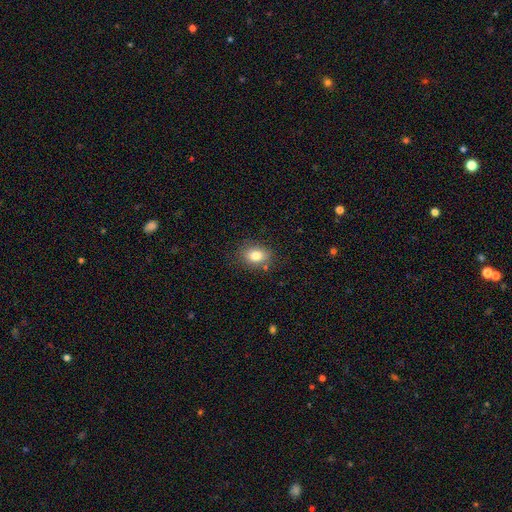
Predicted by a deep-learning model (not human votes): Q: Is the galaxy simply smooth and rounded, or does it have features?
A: smooth — 80%.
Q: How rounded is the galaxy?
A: in between — 70%.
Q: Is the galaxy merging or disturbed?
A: none — 81%.